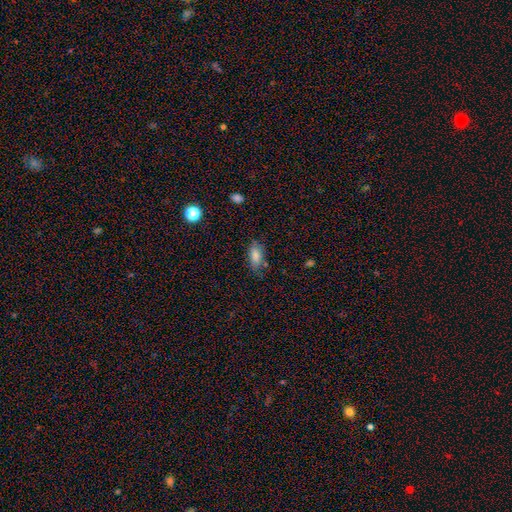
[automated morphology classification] Q: Smooth or featured?
A: smooth (81%); runner-up: featured or disk (10%)
Q: How rounded?
A: in between (84%); runner-up: cigar-shaped (12%)
Q: Merging?
A: none (69%); runner-up: minor disturbance (22%)